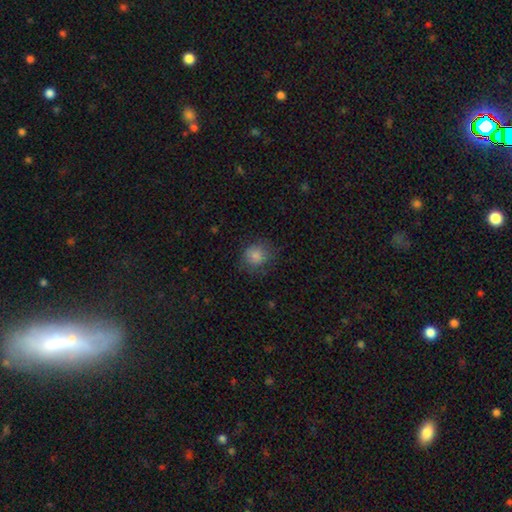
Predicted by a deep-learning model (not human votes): Morphology: type=smooth (84%); roundness=round (84%); merging=none (74%).